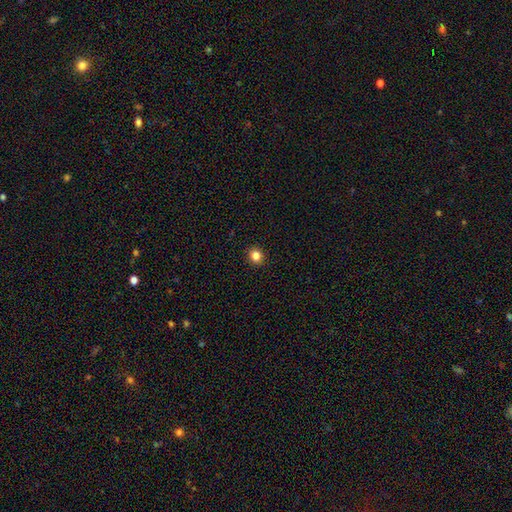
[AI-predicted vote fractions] Smooth or featured? smooth (83%)
How rounded? round (84%)
Merging? none (92%)